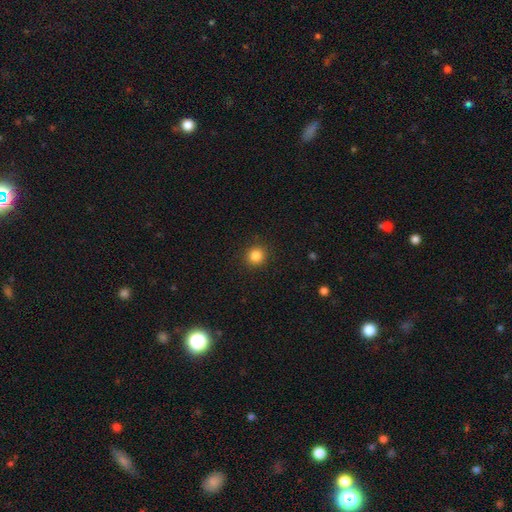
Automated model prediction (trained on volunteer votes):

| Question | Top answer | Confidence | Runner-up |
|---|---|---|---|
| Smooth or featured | smooth | 85% | star or artifact (11%) |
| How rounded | round | 93% | in between (7%) |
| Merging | none | 91% | minor disturbance (6%) |